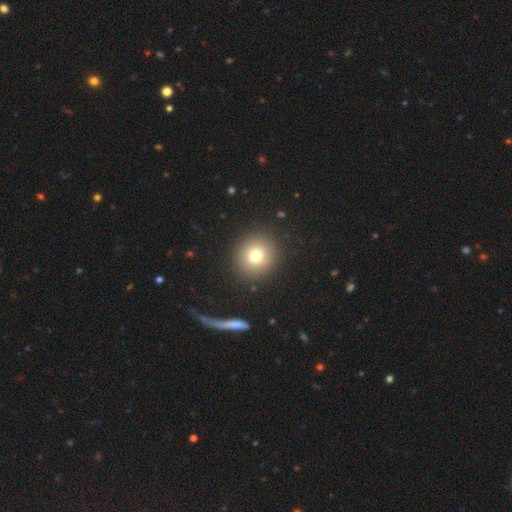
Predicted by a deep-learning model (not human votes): Smooth or featured: smooth — 76% (star or artifact — 13%)
How rounded: round — 90% (in between — 9%)
Merging: none — 89% (minor disturbance — 6%)